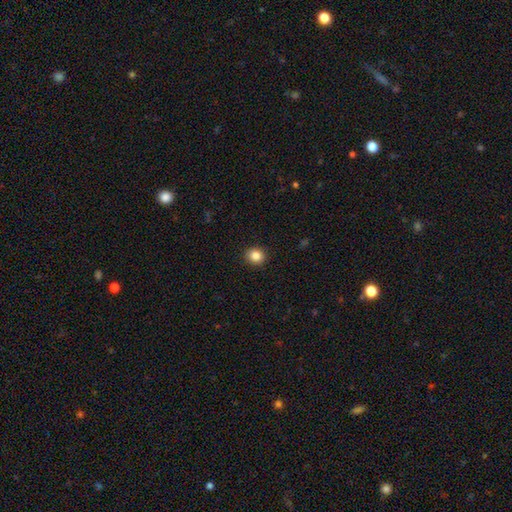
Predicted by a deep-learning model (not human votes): The model was most divided on "how rounded": round: 81%, in between: 18%, cigar-shaped: 1%. More confident: merging — none (92%); smooth or featured — smooth (85%).